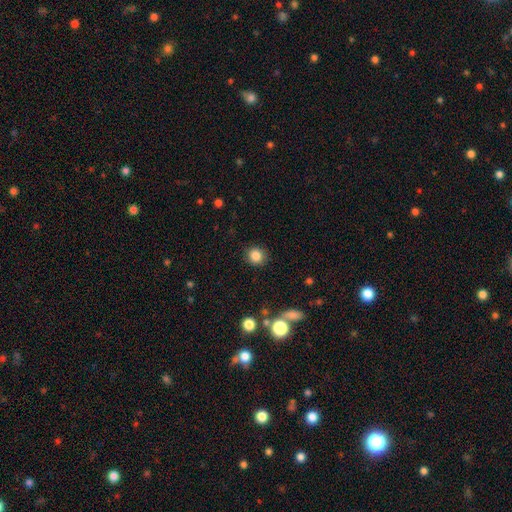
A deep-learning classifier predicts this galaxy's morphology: This appears to be a smooth galaxy with no disk features (84%) that is round (86%). Merging: none (89%).